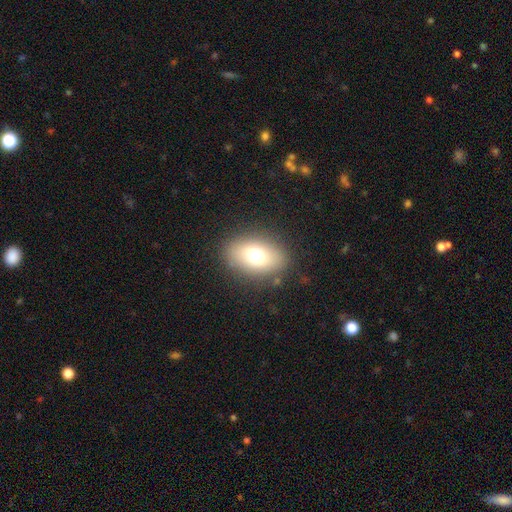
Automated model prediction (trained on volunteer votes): The model was most divided on "smooth or featured": smooth: 70%, featured or disk: 18%, star or artifact: 12%. More confident: merging — none (84%); how rounded — in between (77%).